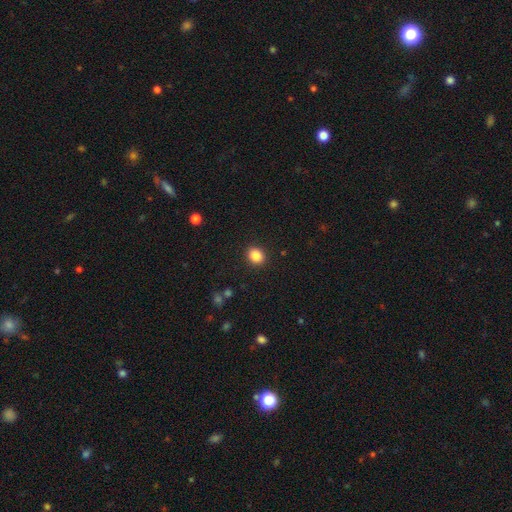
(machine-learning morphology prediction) type=smooth (87%); roundness=round (56%); merging=none (90%).